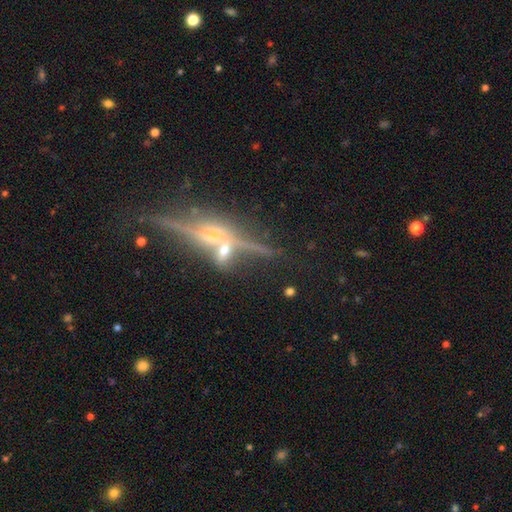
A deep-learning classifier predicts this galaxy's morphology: Smooth or featured: featured or disk — 45% (smooth — 33%)
Merging: none — 41% (merger — 40%)